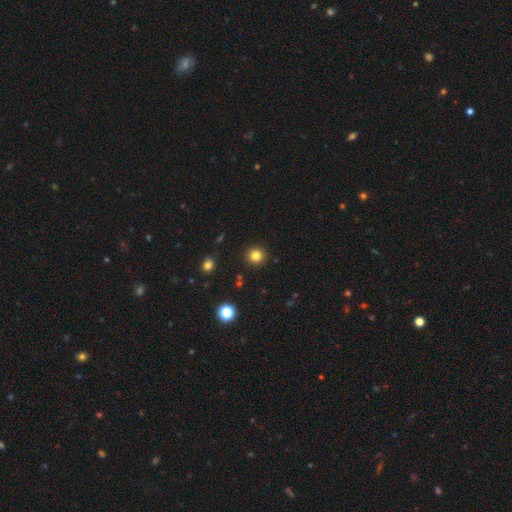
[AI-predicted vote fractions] Morphology: type=smooth (82%); roundness=round (93%); merging=none (91%).